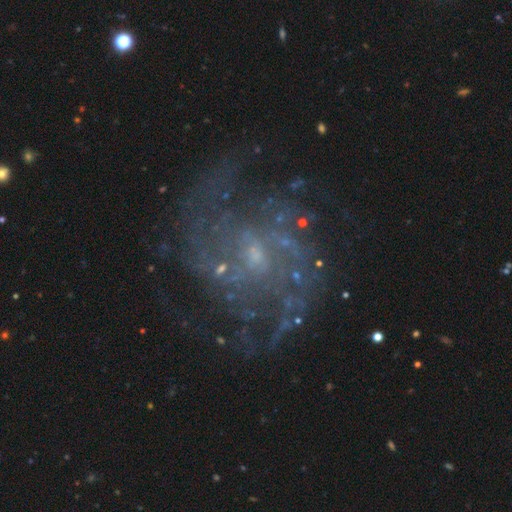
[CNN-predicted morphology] The model was most divided on "bar": no: 48%, weak: 44%, strong: 8%. Remaining: edge-on disk — no (98%); spiral arms — yes (91%); smooth or featured — featured or disk (82%); bulge size — small (69%); merging — none (69%); spiral winding — medium (47%); spiral arm count — 2 (43%).